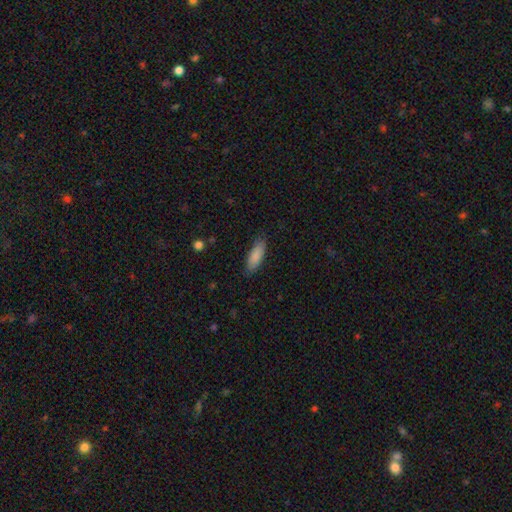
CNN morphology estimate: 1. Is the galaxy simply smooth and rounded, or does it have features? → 86% smooth, 8% featured or disk, 6% star or artifact.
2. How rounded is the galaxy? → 64% in between, 35% cigar-shaped, 2% round.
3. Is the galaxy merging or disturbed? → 82% none, 14% minor disturbance, 3% major disturbance, 1% merger.